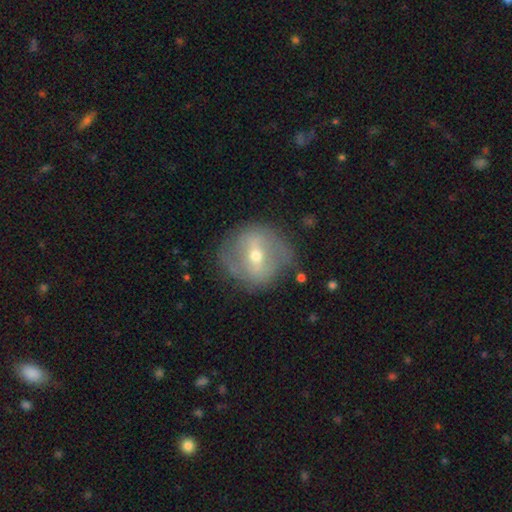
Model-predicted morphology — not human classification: Overall: featured or disk (69%). Edge-on disk: no (92%). Bar: strong (47%; weak 36%). Spiral arms: yes (52%; no 48%). Bulge size: moderate (57%; small 39%). Merging: none (76%).